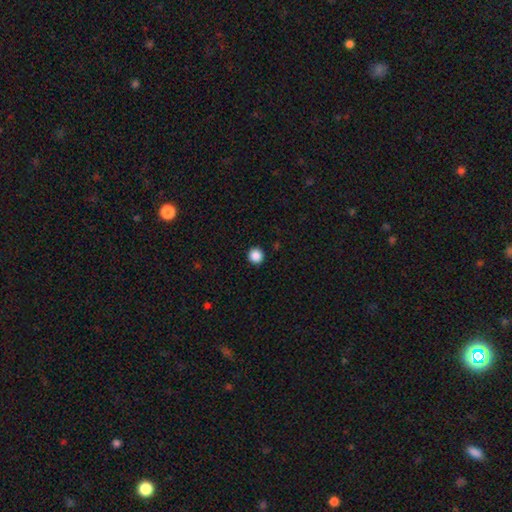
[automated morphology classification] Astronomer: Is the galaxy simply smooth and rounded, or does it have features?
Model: smooth — 88%.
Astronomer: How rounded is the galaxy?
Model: round — 96%.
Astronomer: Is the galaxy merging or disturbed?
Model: none — 93%.